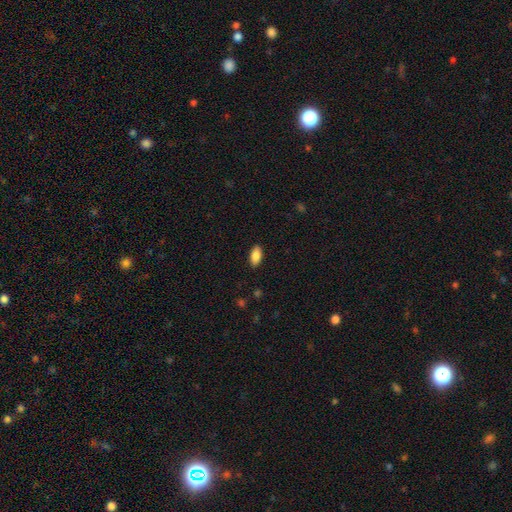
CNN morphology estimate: The model was most divided on "smooth or featured": smooth: 86%, star or artifact: 7%, featured or disk: 7%. More confident: how rounded — in between (91%); merging — none (89%).